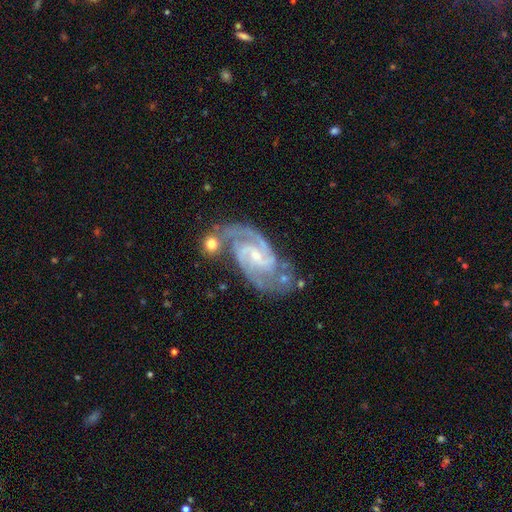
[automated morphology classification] Smooth or featured: featured or disk — 92% (star or artifact — 5%)
Edge-on disk: no — 98% (yes — 2%)
Bar: weak — 51% (no — 31%)
Spiral arms: yes — 98% (no — 2%)
Spiral winding: medium — 55% (tight — 36%)
Spiral arm count: 2 — 75% (3 — 13%)
Bulge size: small — 72% (moderate — 22%)
Merging: none — 60% (minor disturbance — 20%)